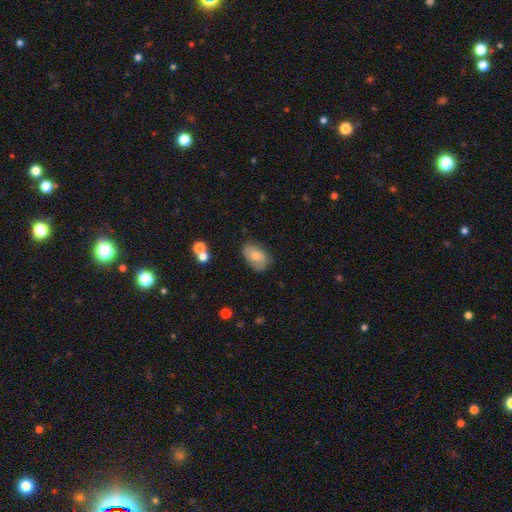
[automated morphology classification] This appears to be a smooth galaxy with no disk features (68%) that is in between round and cigar-shaped (90%). Merging: none (65%).